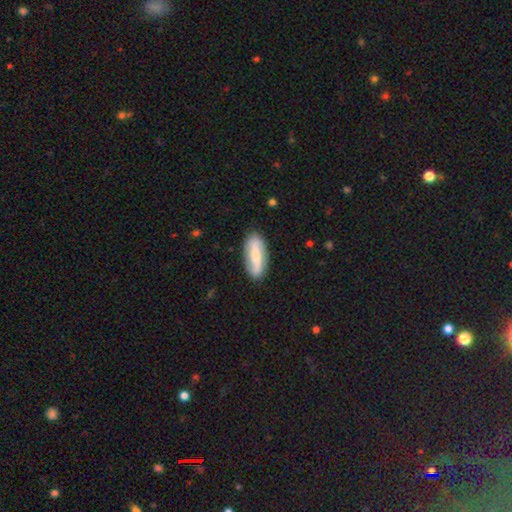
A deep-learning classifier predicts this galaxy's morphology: smooth 53%, featured or disk 41%, star or artifact 6%. Down the decision tree: how rounded — in between (66%); merging — none (85%).